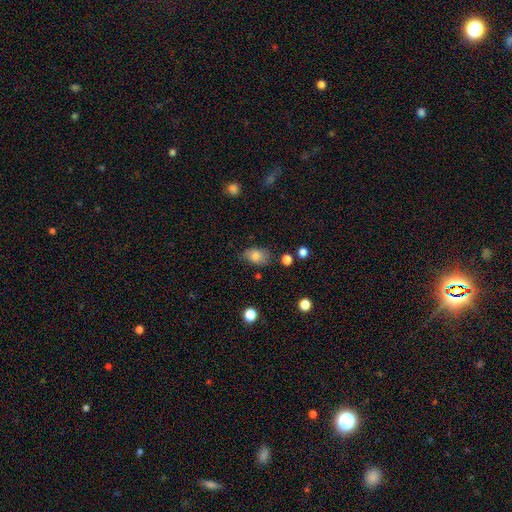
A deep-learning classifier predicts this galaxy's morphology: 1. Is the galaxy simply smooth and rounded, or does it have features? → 82% smooth, 10% featured or disk, 9% star or artifact.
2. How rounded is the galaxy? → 83% in between, 15% round, 2% cigar-shaped.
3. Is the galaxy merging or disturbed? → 68% none, 24% minor disturbance, 6% major disturbance, 3% merger.